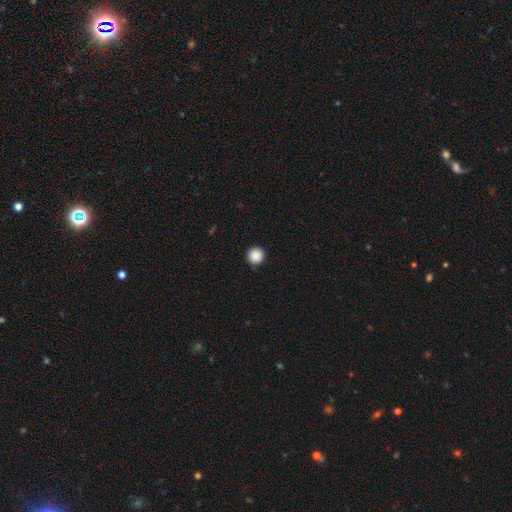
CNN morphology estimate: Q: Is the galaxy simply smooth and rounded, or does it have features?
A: smooth — 88%.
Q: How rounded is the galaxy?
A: round — 96%.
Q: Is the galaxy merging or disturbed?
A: none — 92%.